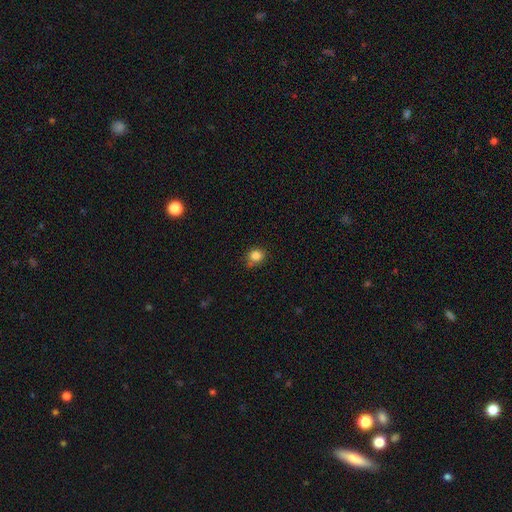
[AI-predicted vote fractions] Q: Smooth or featured?
A: smooth (84%); runner-up: star or artifact (11%)
Q: How rounded?
A: round (72%); runner-up: in between (27%)
Q: Merging?
A: none (68%); runner-up: minor disturbance (25%)